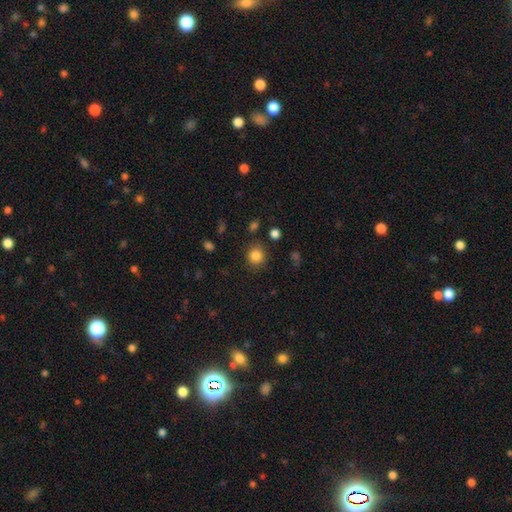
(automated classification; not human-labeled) A smooth galaxy with no disk features (84%) that is round (88%).

Vote fractions:
- Smooth or featured? smooth: 84% / star or artifact: 11% / featured or disk: 5%
- How rounded? round: 88% / in between: 11% / cigar-shaped: 1%
- Merging? none: 85% / minor disturbance: 9% / major disturbance: 3% / merger: 3%